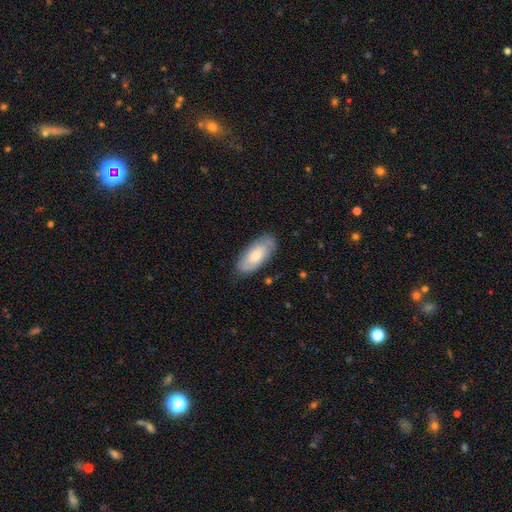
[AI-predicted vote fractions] Smooth or featured: smooth — 66% (featured or disk — 28%)
How rounded: in between — 89% (cigar-shaped — 9%)
Merging: none — 80% (minor disturbance — 16%)